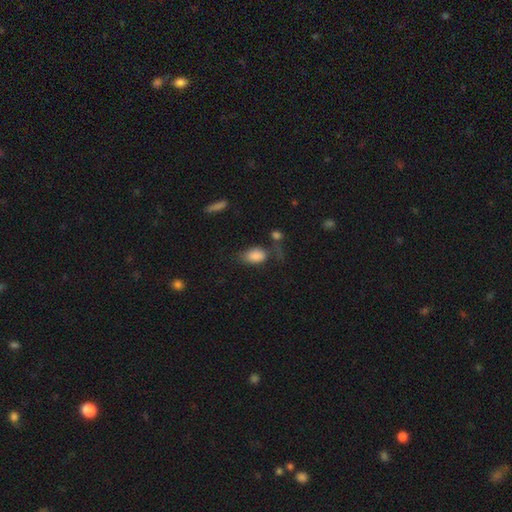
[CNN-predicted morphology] Smooth or featured?
  - smooth: 84% *
  - star or artifact: 8%
  - featured or disk: 8%
How rounded?
  - in between: 89% *
  - round: 9%
  - cigar-shaped: 2%
Merging?
  - none: 41% *
  - minor disturbance: 26%
  - major disturbance: 21%
  - merger: 11%